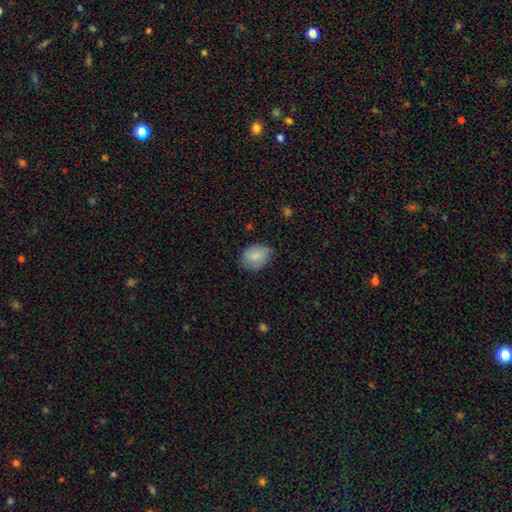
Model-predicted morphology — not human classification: This appears to be a smooth galaxy with no disk features (82%) that is in between round and cigar-shaped (65%). Merging: none (65%).